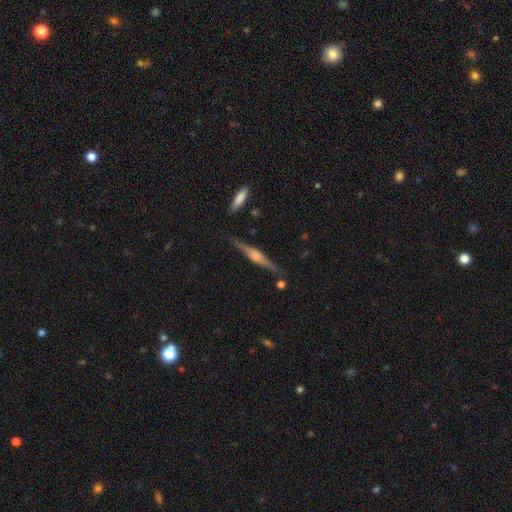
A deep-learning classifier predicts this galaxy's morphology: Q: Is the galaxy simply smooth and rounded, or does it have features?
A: featured or disk — 76%.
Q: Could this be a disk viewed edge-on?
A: yes — 97%.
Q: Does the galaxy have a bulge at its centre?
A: rounded — 66%.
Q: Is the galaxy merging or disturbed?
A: none — 82%.